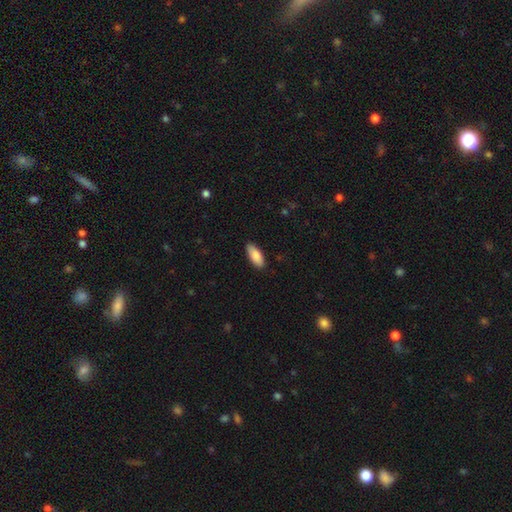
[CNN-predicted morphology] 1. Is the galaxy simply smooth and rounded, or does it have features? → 87% smooth, 7% featured or disk, 6% star or artifact.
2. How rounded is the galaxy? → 80% in between, 18% cigar-shaped, 2% round.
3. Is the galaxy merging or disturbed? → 88% none, 10% minor disturbance, 2% major disturbance, 1% merger.